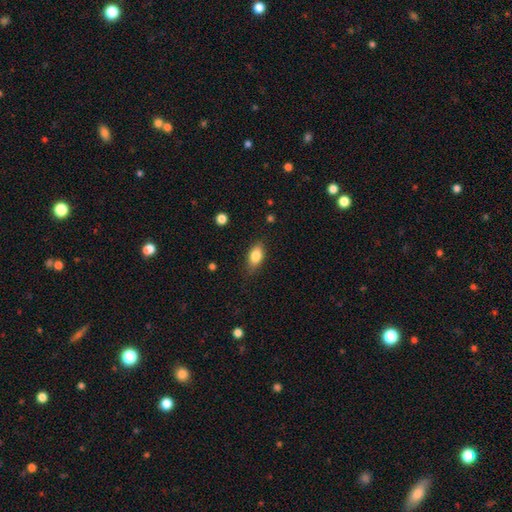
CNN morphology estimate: smooth_or_featured: smooth (p=0.81) [alt: featured or disk p=0.12]
how_rounded: in between (p=0.86) [alt: round p=0.08]
merging: none (p=0.78) [alt: minor disturbance p=0.17]